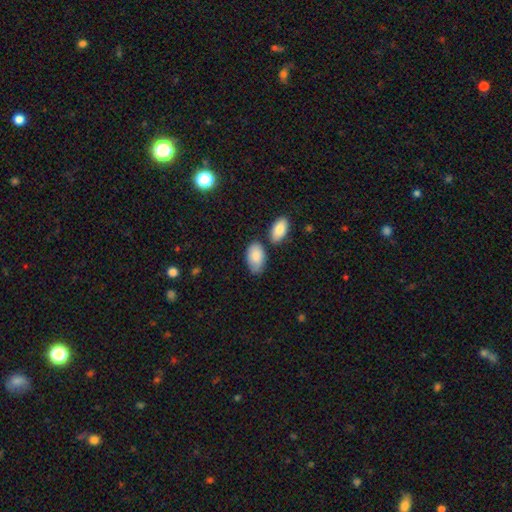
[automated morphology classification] This is clearly a smooth galaxy (85%). How rounded: clearly in between (94%). Merging: likely none (61%).